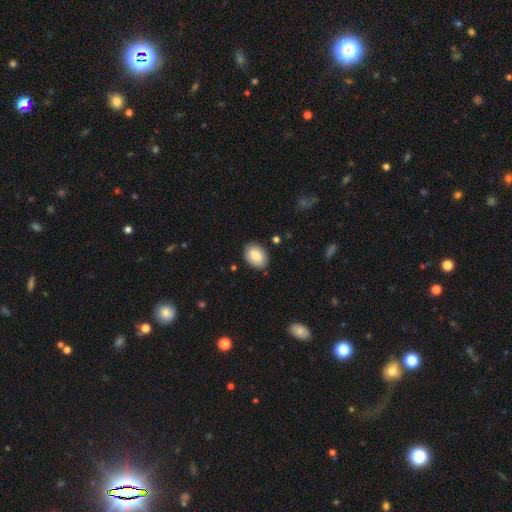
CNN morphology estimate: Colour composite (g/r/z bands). It shows a smooth galaxy with no disk features (81%) that is in between round and cigar-shaped (75%). Merging: none (84%).